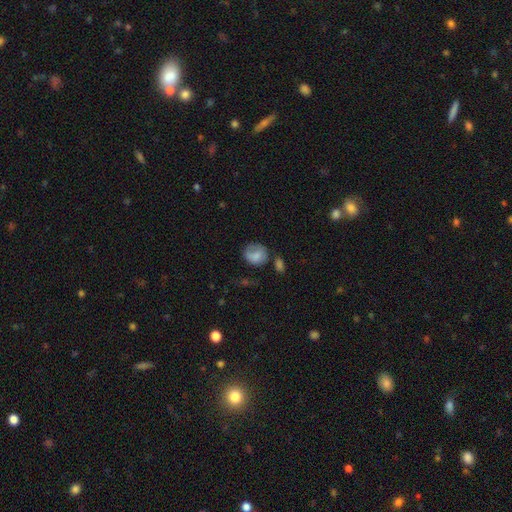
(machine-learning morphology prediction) Q: Smooth or featured?
A: smooth (75%); runner-up: featured or disk (16%)
Q: How rounded?
A: round (66%); runner-up: in between (33%)
Q: Merging?
A: none (49%); runner-up: minor disturbance (28%)